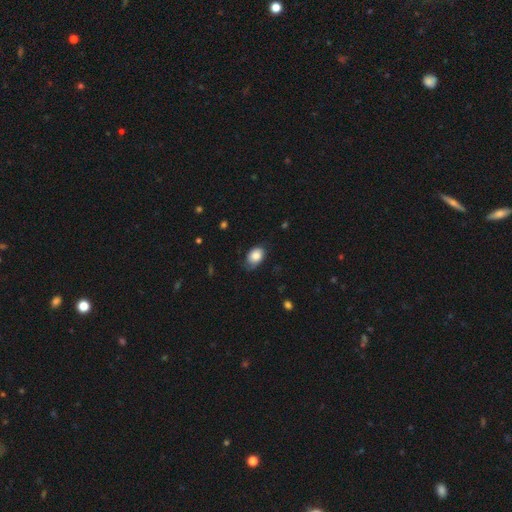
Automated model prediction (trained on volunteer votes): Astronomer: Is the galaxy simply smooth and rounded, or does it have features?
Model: smooth — 77%.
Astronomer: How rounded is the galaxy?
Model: in between — 79%.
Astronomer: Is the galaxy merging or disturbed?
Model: none — 59%.